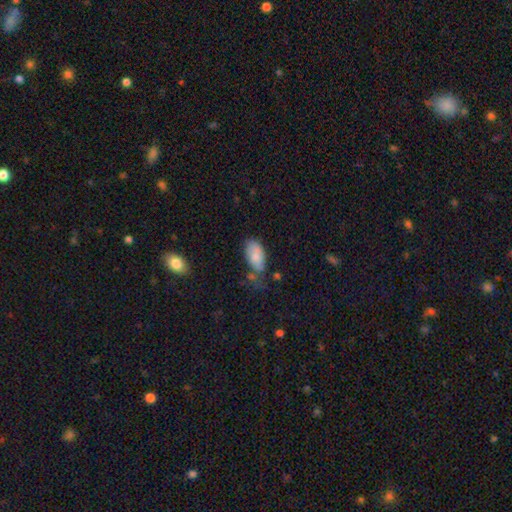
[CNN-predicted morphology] smooth 80%, featured or disk 13%, star or artifact 7%. Down the decision tree: how rounded — in between (94%); merging — none (49%).